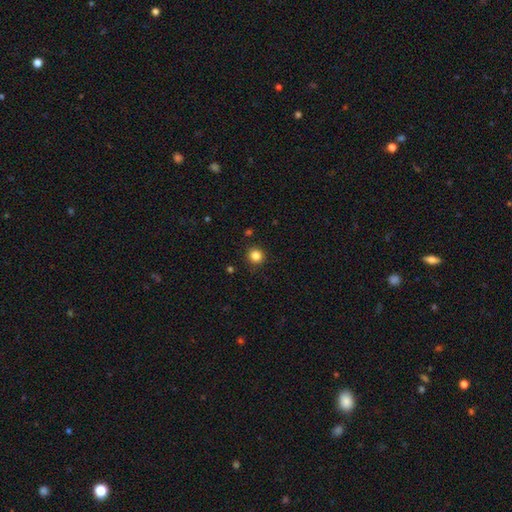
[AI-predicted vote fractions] Overall: smooth (84%). How rounded: round (91%). Merging: none (91%).